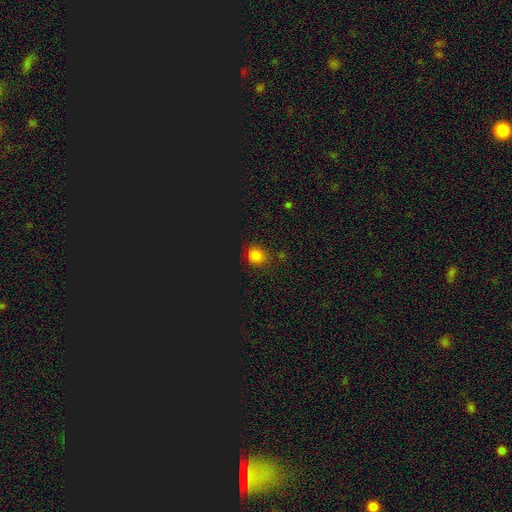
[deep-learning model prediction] smooth 73%, star or artifact 23%, featured or disk 5%. Down the decision tree: how rounded — round (78%); merging — none (81%).